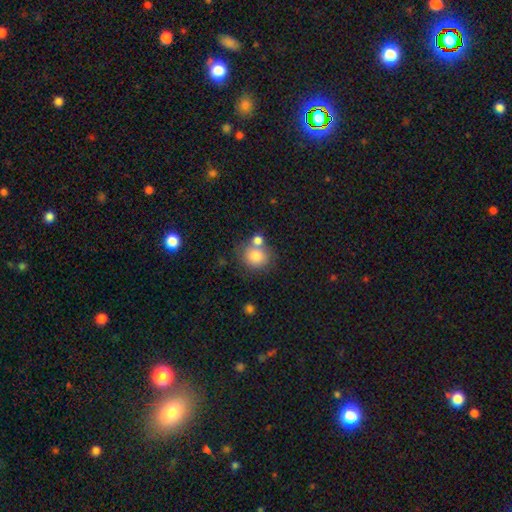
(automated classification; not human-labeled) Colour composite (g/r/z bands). It shows a smooth galaxy with no disk features (82%) that is round (81%). Merging: none (54%).